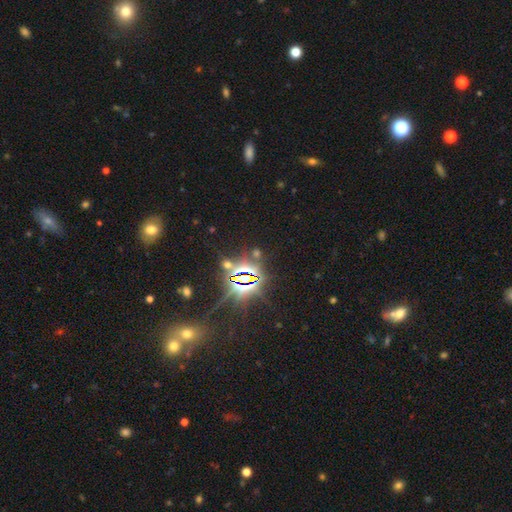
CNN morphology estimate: Smooth or featured? star or artifact (82%)